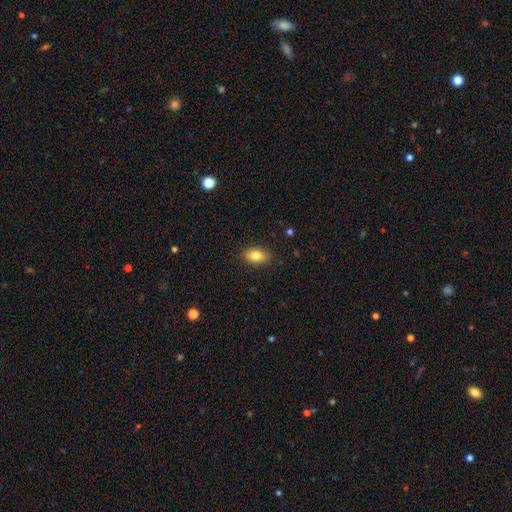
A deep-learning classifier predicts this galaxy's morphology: Smooth or featured: smooth — 81% (featured or disk — 11%)
How rounded: in between — 86% (round — 10%)
Merging: none — 87% (minor disturbance — 9%)